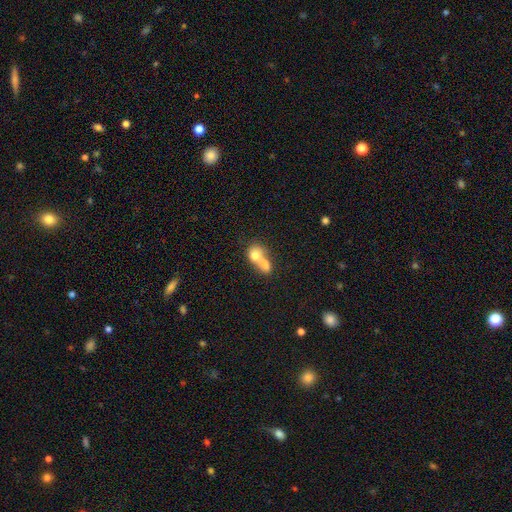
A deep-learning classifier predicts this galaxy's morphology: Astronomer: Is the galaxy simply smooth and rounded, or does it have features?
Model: smooth — 72%.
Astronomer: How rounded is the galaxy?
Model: round — 49% (runner-up: in between, 47%).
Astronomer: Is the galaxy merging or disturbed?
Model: merger — 76%.